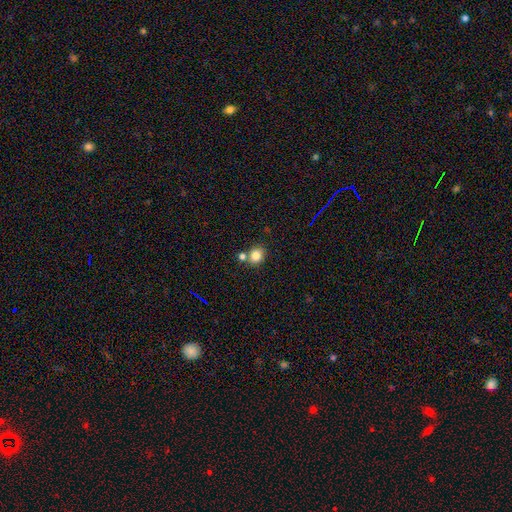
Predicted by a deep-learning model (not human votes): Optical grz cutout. It shows a smooth galaxy with no disk features (82%) that is round (76%). Merging: none (67%).